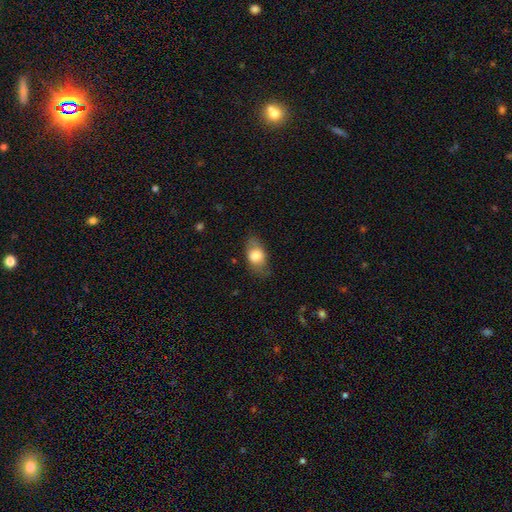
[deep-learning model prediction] Morphology: type=smooth (73%); roundness=in between (85%); merging=none (72%).